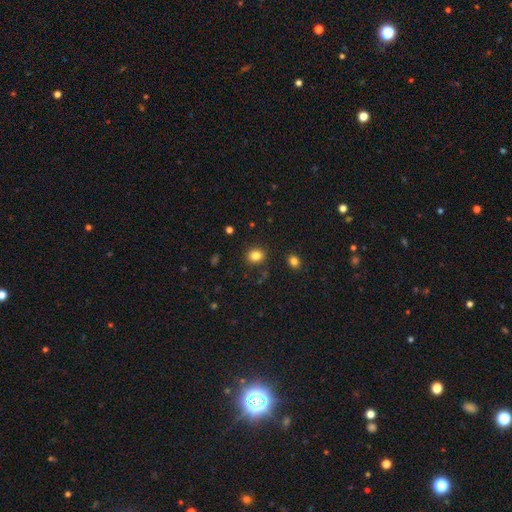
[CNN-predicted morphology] This is clearly a smooth galaxy (83%). How rounded: likely round (68%). Merging: clearly none (87%).